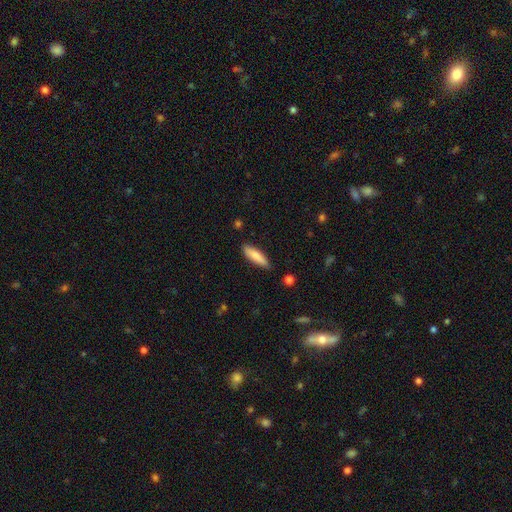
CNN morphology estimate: This is clearly a smooth galaxy (80%). How rounded: likely cigar-shaped (68%). Merging: clearly none (85%).